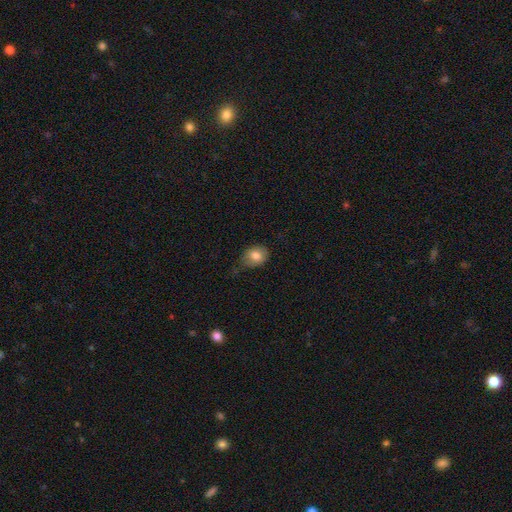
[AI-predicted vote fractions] Morphology: type=smooth (81%); roundness=in between (52%); merging=none (55%).